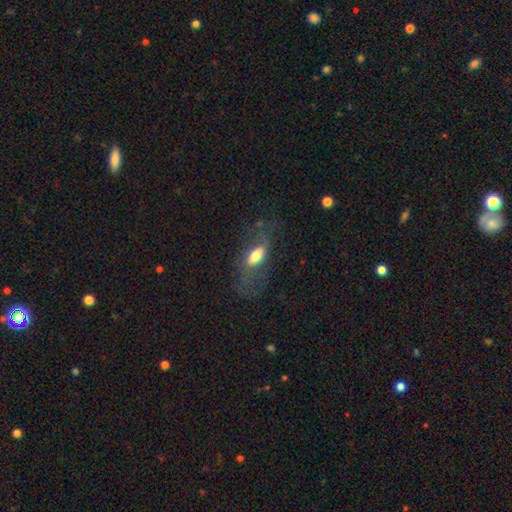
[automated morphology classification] smooth_or_featured: smooth (p=0.59) [alt: featured or disk p=0.32]
how_rounded: in between (p=0.75) [alt: cigar-shaped p=0.20]
merging: none (p=0.47) [alt: major disturbance p=0.29]